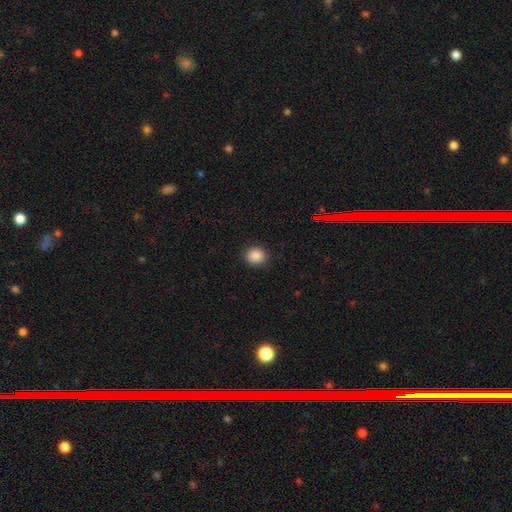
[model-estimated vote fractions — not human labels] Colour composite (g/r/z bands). It shows a smooth galaxy with no disk features (88%) that is round (80%). Merging: none (89%).